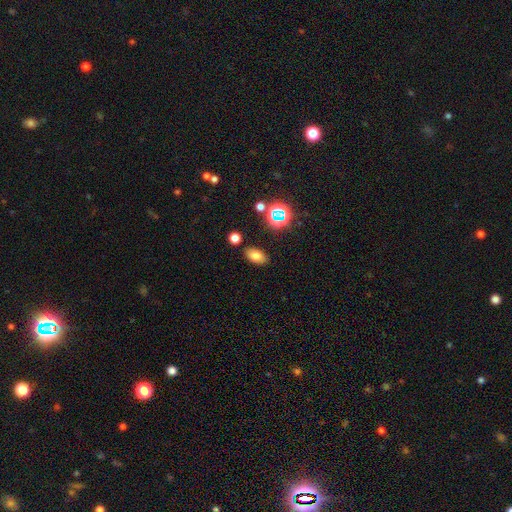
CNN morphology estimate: smooth_or_featured: smooth (p=0.73) [alt: star or artifact p=0.17]
how_rounded: in between (p=0.88) [alt: round p=0.09]
merging: none (p=0.84) [alt: minor disturbance p=0.10]